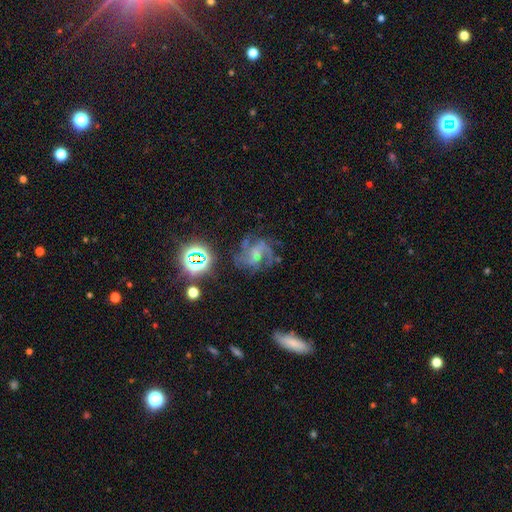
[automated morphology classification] featured or disk 71%, star or artifact 18%, smooth 11%. Down the decision tree: edge-on disk — no (97%); bar — weak (45%); spiral arms — yes (93%); spiral arm count — 3 (31%); spiral winding — medium (50%); bulge size — small (38%); merging — none (66%).